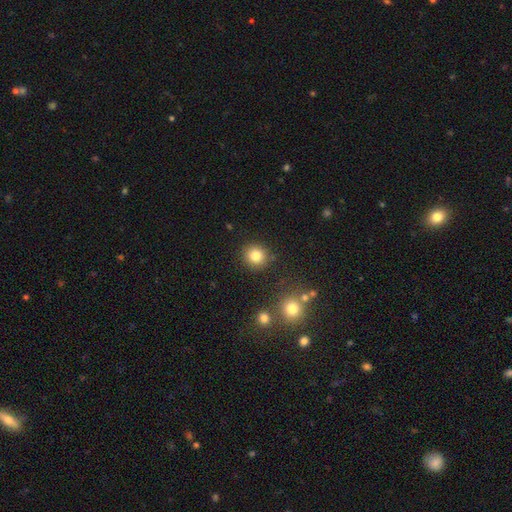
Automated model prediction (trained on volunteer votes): smooth_or_featured: smooth (p=0.83) [alt: star or artifact p=0.11]
how_rounded: round (p=0.90) [alt: in between p=0.09]
merging: none (p=0.88) [alt: minor disturbance p=0.07]